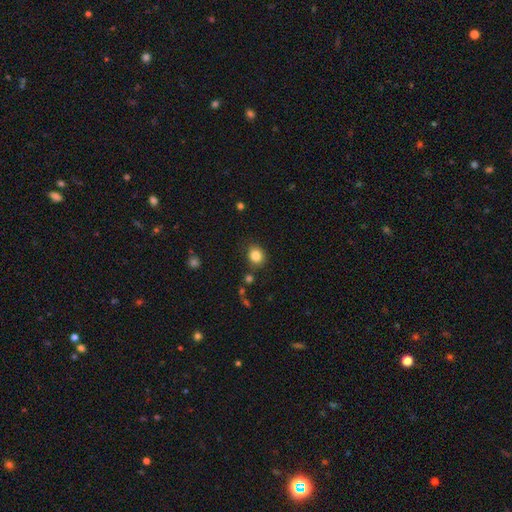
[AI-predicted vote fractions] smooth_or_featured: smooth (p=0.85) [alt: star or artifact p=0.10]
how_rounded: round (p=0.73) [alt: in between p=0.26]
merging: none (p=0.82) [alt: minor disturbance p=0.11]